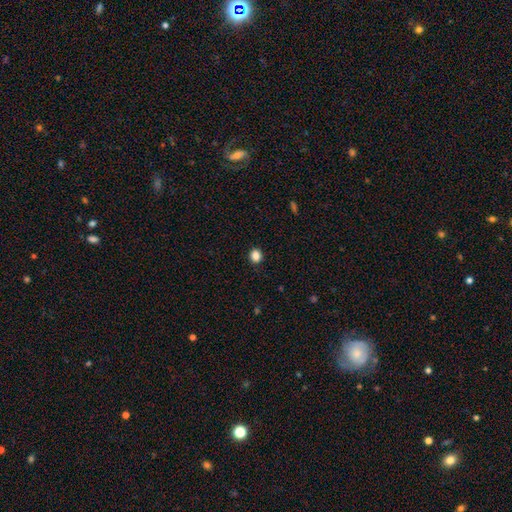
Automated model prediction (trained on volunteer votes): Smooth or featured: smooth — 86% (star or artifact — 11%)
How rounded: round — 71% (in between — 28%)
Merging: none — 90% (minor disturbance — 7%)